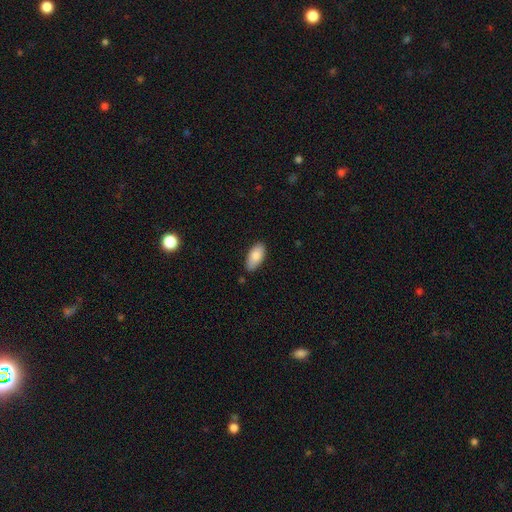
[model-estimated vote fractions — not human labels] Morphology: type=smooth (84%); roundness=in between (92%); merging=none (82%).